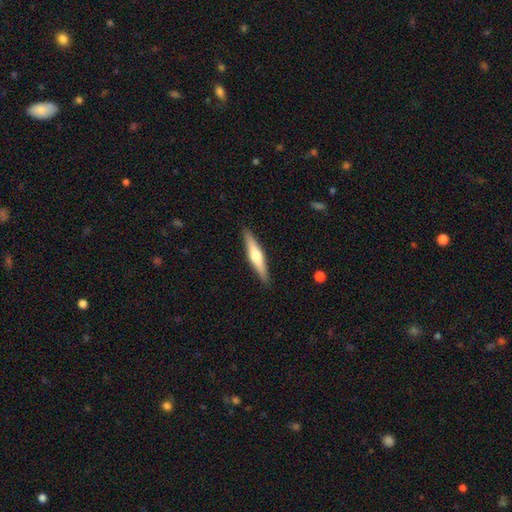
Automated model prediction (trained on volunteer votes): This is possibly a featured or disk galaxy (54%). It is clearly viewed edge-on (96%). Edge-on bulge: clearly rounded (87%). Merging: clearly none (91%).